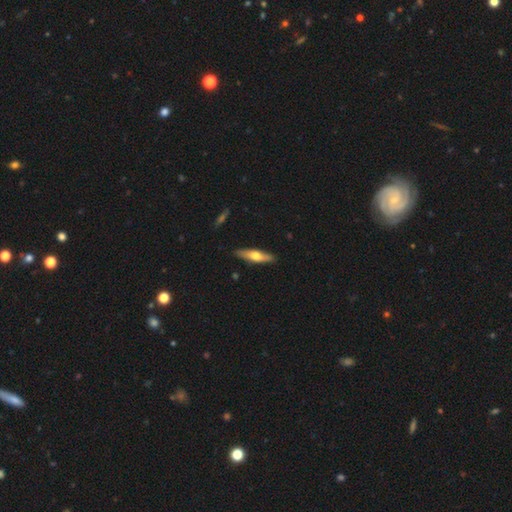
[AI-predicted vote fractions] smooth-or-featured: smooth: 50% | featured or disk: 44% | star or artifact: 5%
  how-rounded: cigar-shaped: 73% | in between: 25% | round: 2%
  merging: none: 88% | minor disturbance: 9% | major disturbance: 2% | merger: 1%